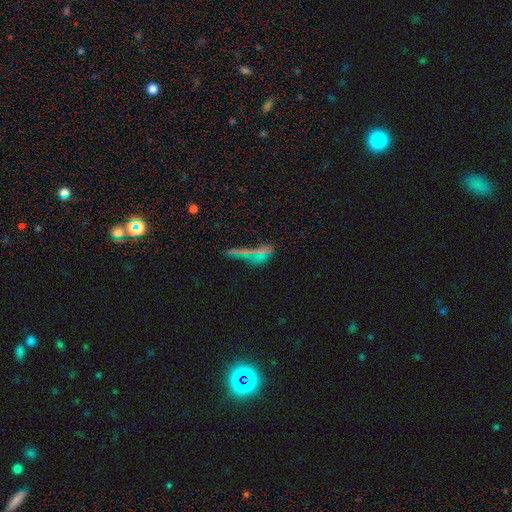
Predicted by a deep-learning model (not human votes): The model was most divided on "smooth or featured": star or artifact: 42%, smooth: 36%, featured or disk: 22%.